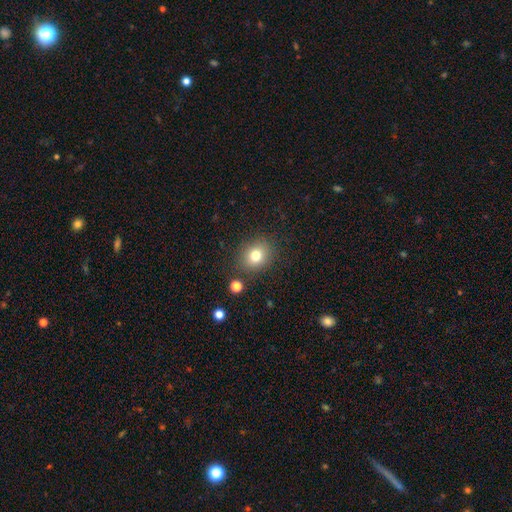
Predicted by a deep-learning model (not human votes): Overall: smooth (77%). How rounded: round (67%; in between 32%). Merging: none (84%).